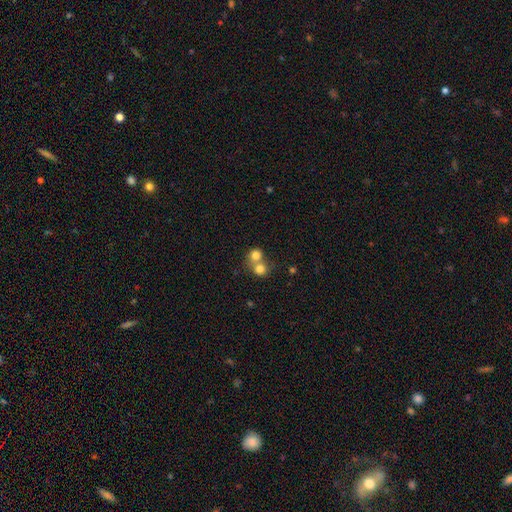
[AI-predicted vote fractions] The model was most divided on "merging": merger: 61%, none: 32%, minor disturbance: 5%, major disturbance: 2%. More confident: how rounded — round (82%); smooth or featured — smooth (77%).